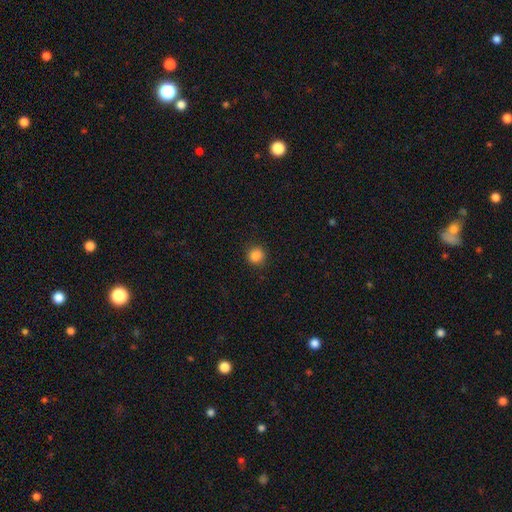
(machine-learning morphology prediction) Smooth or featured? Predicted: smooth (p=0.86). How rounded? Predicted: round (p=0.92). Merging? Predicted: none (p=0.90).